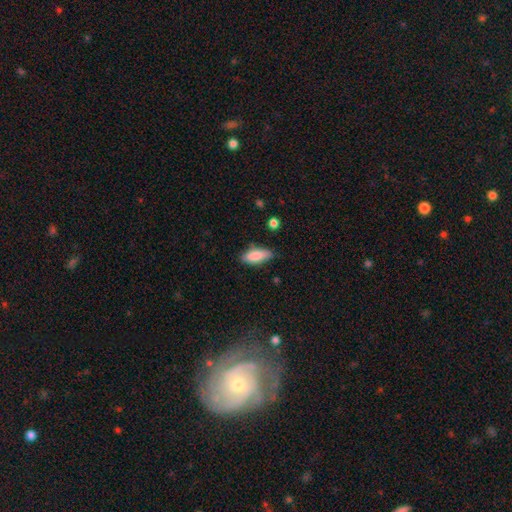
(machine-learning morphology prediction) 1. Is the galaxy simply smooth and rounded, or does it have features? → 85% smooth, 8% featured or disk, 6% star or artifact.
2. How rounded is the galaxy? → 79% in between, 19% cigar-shaped, 2% round.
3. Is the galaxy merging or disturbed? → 73% none, 22% minor disturbance, 3% major disturbance, 2% merger.